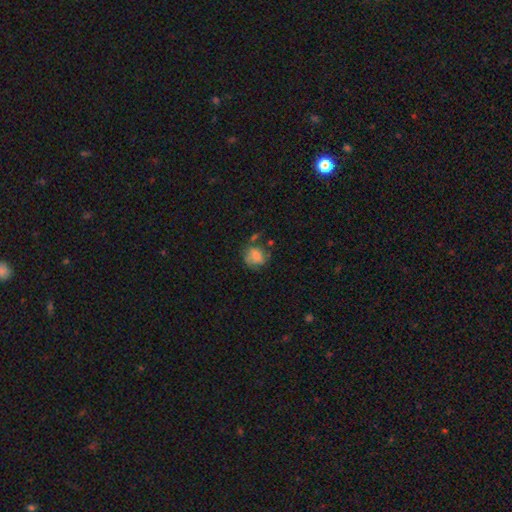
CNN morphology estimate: Smooth or featured? Predicted: smooth (p=0.69). How rounded? Predicted: round (p=0.65). Merging? Predicted: none (p=0.48).